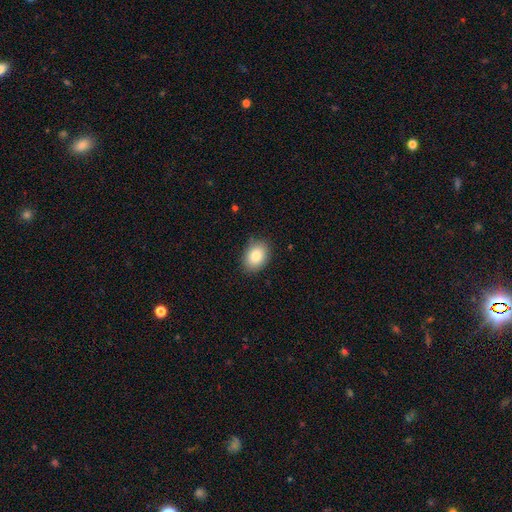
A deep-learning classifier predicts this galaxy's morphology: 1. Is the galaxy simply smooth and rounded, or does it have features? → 85% smooth, 8% star or artifact, 7% featured or disk.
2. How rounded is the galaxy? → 73% in between, 26% round, 1% cigar-shaped.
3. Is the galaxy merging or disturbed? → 86% none, 11% minor disturbance, 2% major disturbance, 1% merger.